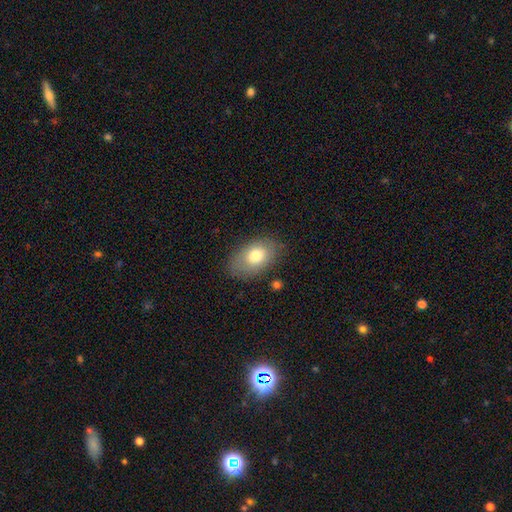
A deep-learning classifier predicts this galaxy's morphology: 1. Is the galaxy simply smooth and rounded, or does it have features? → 75% smooth, 18% featured or disk, 8% star or artifact.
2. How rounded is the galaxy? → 88% in between, 10% round, 1% cigar-shaped.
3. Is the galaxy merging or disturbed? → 79% none, 15% minor disturbance, 4% major disturbance, 2% merger.